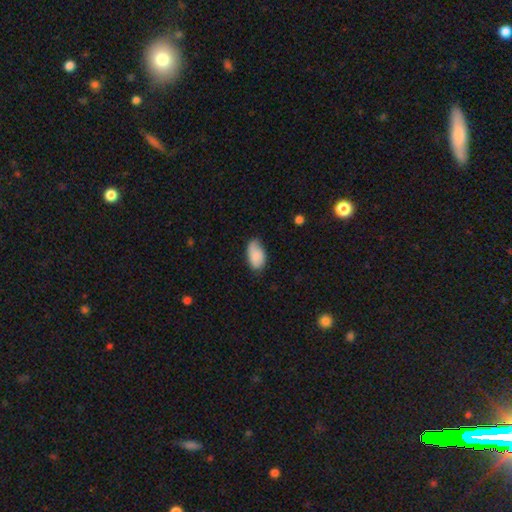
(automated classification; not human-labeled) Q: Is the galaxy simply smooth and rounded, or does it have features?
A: smooth — 85%.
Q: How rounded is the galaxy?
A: in between — 94%.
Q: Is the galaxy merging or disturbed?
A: none — 60%.